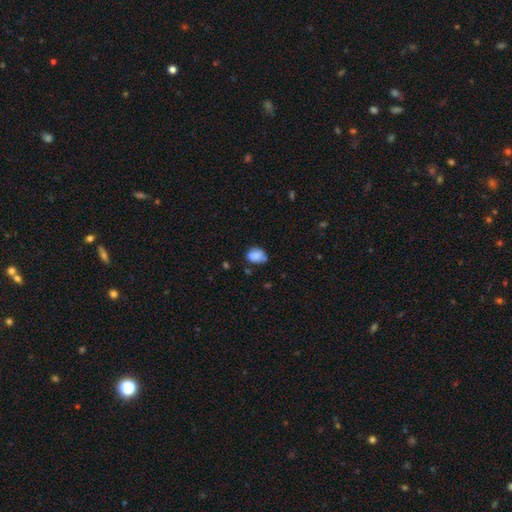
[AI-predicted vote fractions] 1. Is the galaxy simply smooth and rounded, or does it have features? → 81% smooth, 10% featured or disk, 9% star or artifact.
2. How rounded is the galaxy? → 59% in between, 40% round, 1% cigar-shaped.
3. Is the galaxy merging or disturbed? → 56% none, 31% minor disturbance, 7% major disturbance, 6% merger.